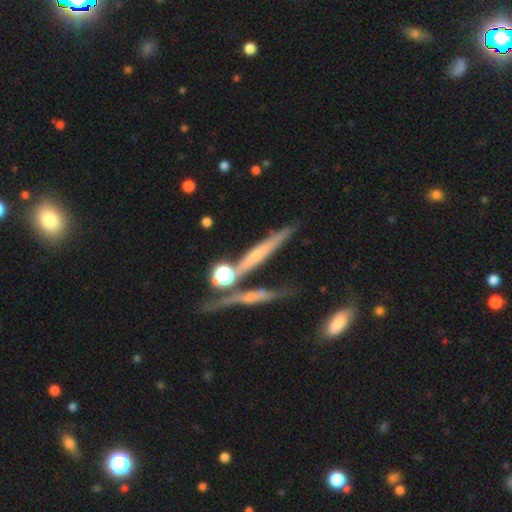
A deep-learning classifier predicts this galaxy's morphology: featured or disk 54%, smooth 35%, star or artifact 11%. Down the decision tree: edge-on disk — yes (90%); merging — none (67%).